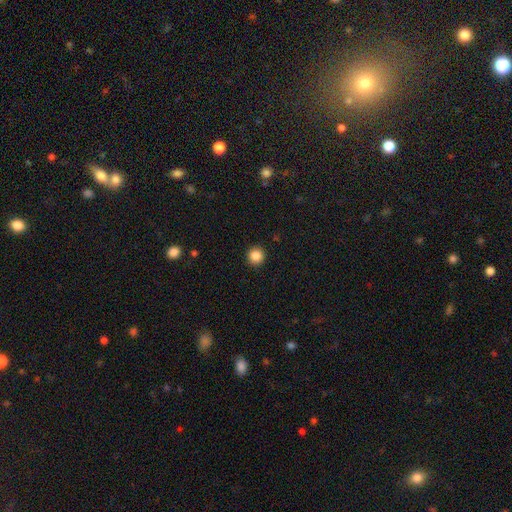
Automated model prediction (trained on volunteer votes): Overall: smooth (85%). How rounded: round (95%). Merging: none (92%).